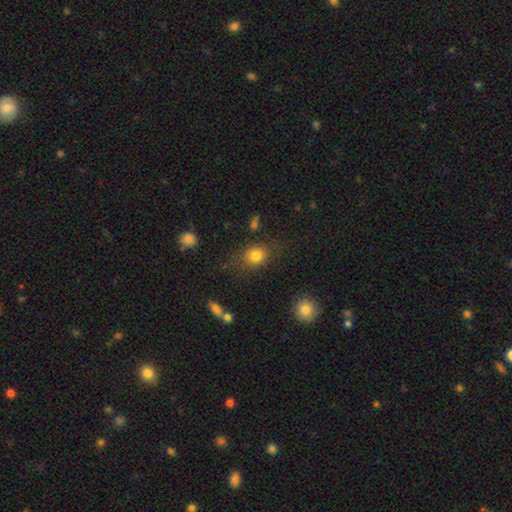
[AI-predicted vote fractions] smooth 80%, star or artifact 12%, featured or disk 9%. Down the decision tree: how rounded — round (50%); merging — none (73%).